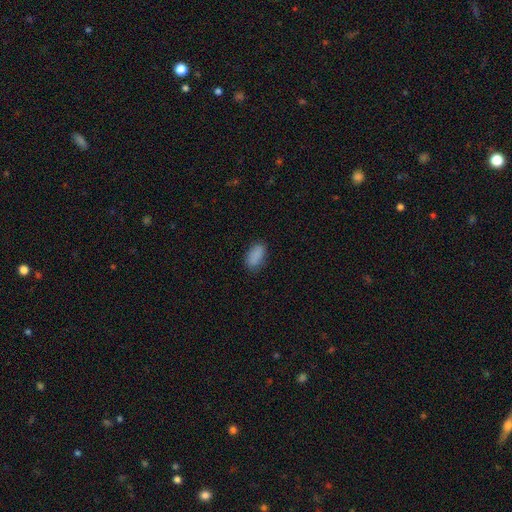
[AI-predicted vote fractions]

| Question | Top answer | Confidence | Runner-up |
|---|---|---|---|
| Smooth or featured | smooth | 87% | star or artifact (9%) |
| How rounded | in between | 92% | round (4%) |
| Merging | none | 79% | minor disturbance (16%) |